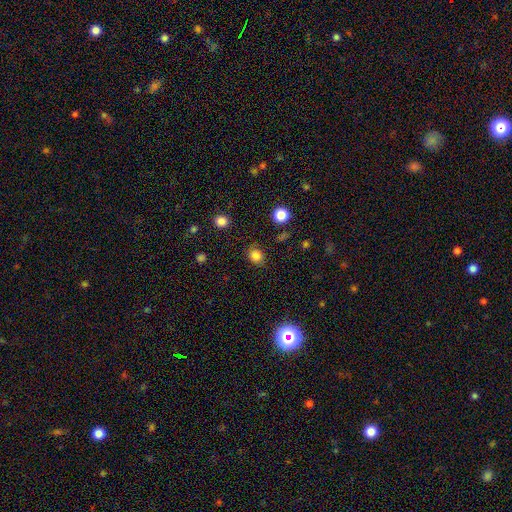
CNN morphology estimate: Smooth or featured?
  - smooth: 83% *
  - star or artifact: 13%
  - featured or disk: 4%
How rounded?
  - round: 69% *
  - in between: 30%
  - cigar-shaped: 1%
Merging?
  - none: 82% *
  - minor disturbance: 12%
  - major disturbance: 4%
  - merger: 2%